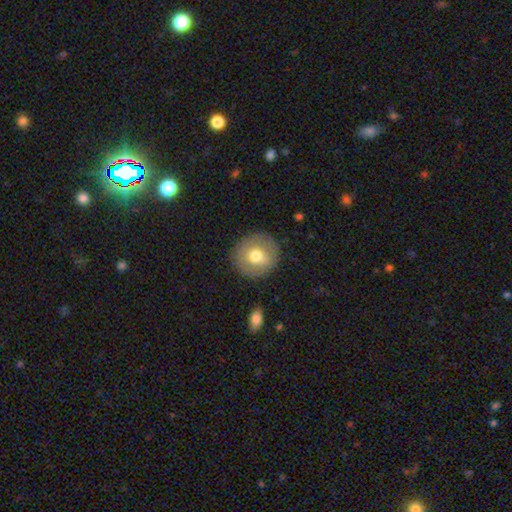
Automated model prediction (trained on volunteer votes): Morphology: type=smooth (64%); roundness=round (92%); merging=none (86%).